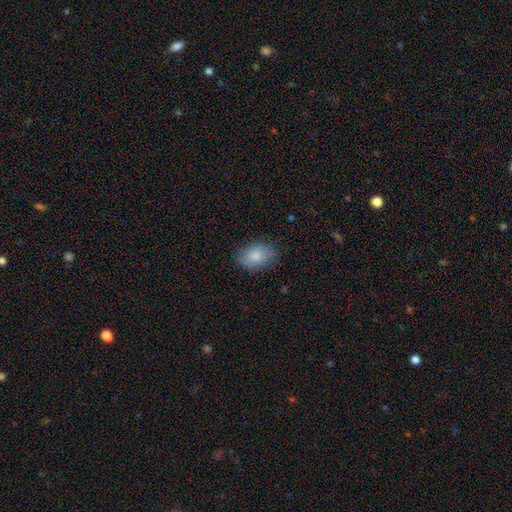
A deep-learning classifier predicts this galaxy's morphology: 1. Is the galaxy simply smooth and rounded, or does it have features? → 81% smooth, 12% featured or disk, 7% star or artifact.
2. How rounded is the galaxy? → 84% in between, 15% round, 1% cigar-shaped.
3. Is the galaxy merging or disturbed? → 77% none, 17% minor disturbance, 4% major disturbance, 1% merger.